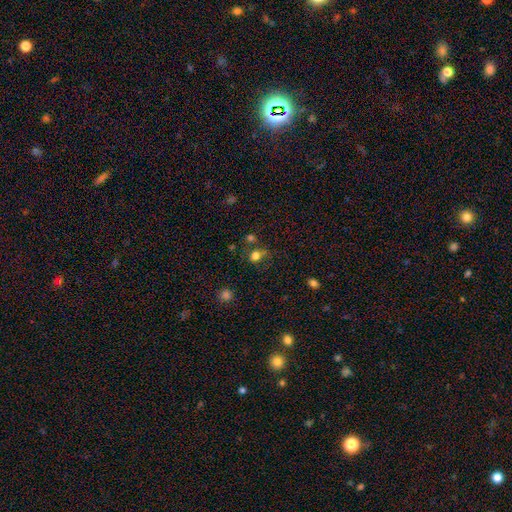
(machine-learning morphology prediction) This is likely a smooth galaxy (74%). How rounded: likely round (73%). Merging: possibly none (58%).